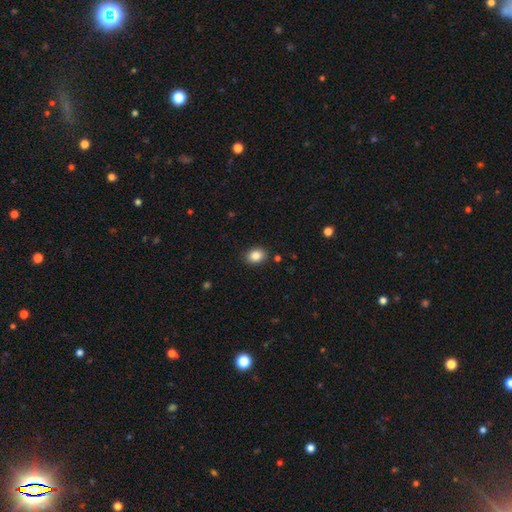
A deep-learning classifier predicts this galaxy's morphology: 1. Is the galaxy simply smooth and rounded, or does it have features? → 86% smooth, 9% star or artifact, 5% featured or disk.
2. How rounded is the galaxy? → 58% in between, 41% round, 1% cigar-shaped.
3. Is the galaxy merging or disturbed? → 87% none, 9% minor disturbance, 2% major disturbance, 2% merger.